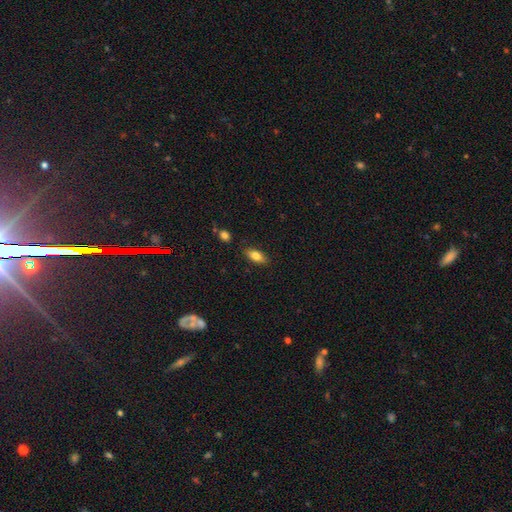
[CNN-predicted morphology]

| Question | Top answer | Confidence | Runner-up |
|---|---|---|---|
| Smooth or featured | smooth | 78% | featured or disk (14%) |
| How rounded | in between | 84% | cigar-shaped (12%) |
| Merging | none | 85% | minor disturbance (11%) |